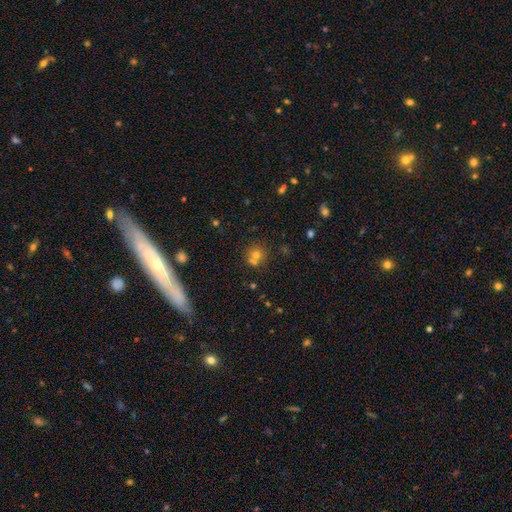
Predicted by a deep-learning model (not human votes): Q: Smooth or featured?
A: smooth (59%); runner-up: star or artifact (26%)
Q: How rounded?
A: round (88%); runner-up: in between (11%)
Q: Merging?
A: none (61%); runner-up: merger (27%)